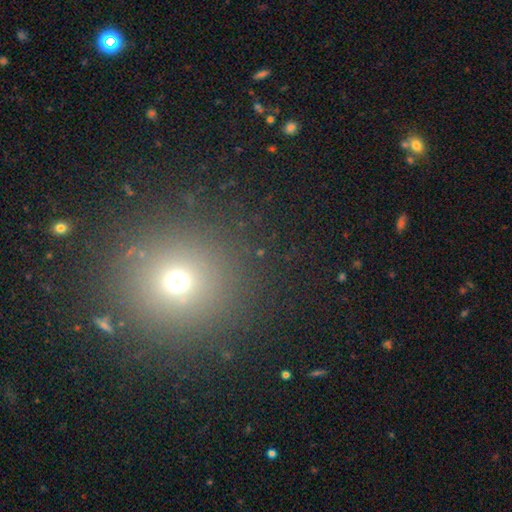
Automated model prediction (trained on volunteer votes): This appears to be a smooth galaxy with no disk features (59%) that is round (94%). Merging: none (90%).